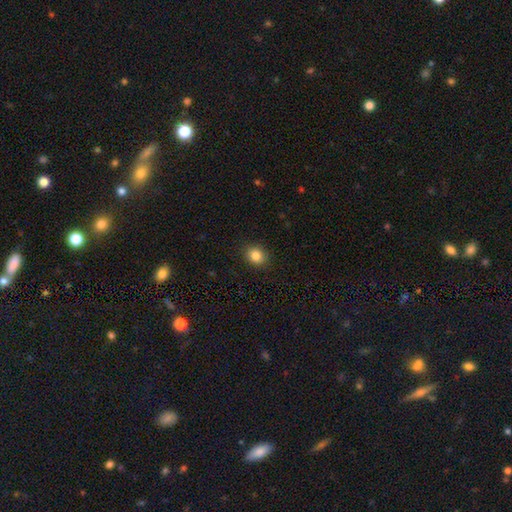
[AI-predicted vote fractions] Smooth or featured: smooth — 85% (star or artifact — 10%)
How rounded: round — 58% (in between — 41%)
Merging: none — 90% (minor disturbance — 7%)